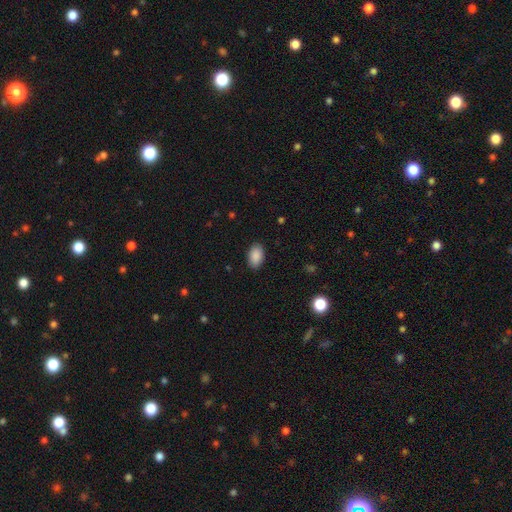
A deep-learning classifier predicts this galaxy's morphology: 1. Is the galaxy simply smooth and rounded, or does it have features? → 89% smooth, 7% star or artifact, 3% featured or disk.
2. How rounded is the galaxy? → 92% in between, 7% round, 1% cigar-shaped.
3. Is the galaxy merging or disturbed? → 88% none, 9% minor disturbance, 2% major disturbance, 1% merger.